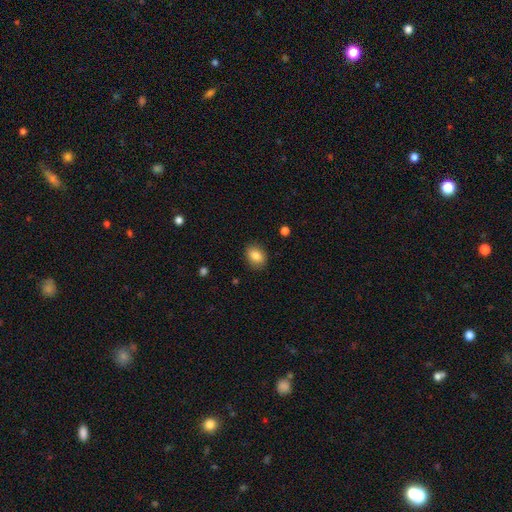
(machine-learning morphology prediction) Smooth or featured?
  - smooth: 84% *
  - star or artifact: 9%
  - featured or disk: 7%
How rounded?
  - in between: 64% *
  - round: 35%
  - cigar-shaped: 1%
Merging?
  - none: 88% *
  - minor disturbance: 9%
  - major disturbance: 2%
  - merger: 1%